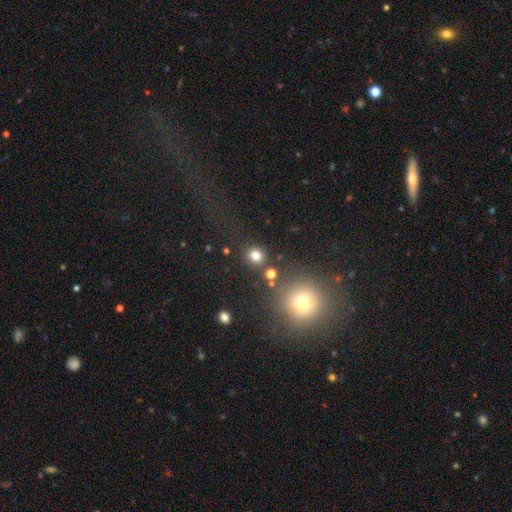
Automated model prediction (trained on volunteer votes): Q: Smooth or featured?
A: smooth (78%); runner-up: star or artifact (16%)
Q: How rounded?
A: round (87%); runner-up: in between (12%)
Q: Merging?
A: none (83%); runner-up: minor disturbance (7%)